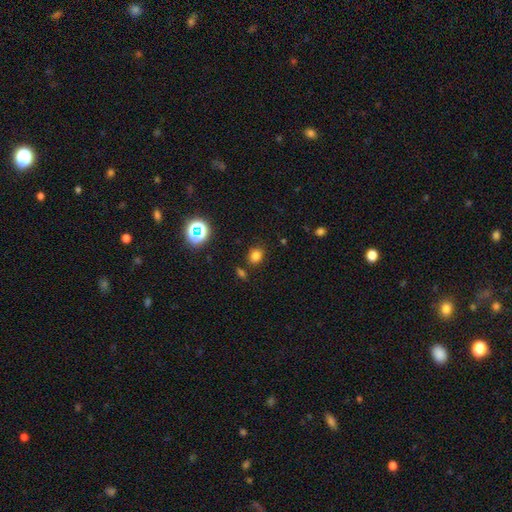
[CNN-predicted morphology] smooth 77%, star or artifact 17%, featured or disk 6%. Down the decision tree: how rounded — round (59%); merging — none (80%).